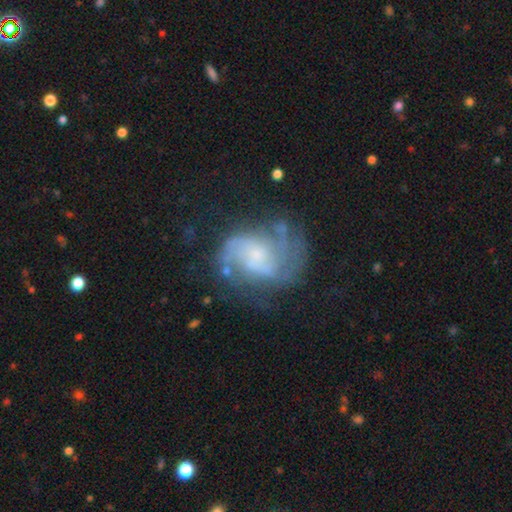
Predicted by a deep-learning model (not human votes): Overall: featured or disk (80%). Edge-on disk: no (98%). Bar: no (62%; weak 32%). Spiral arms: yes (91%). Spiral arm count: 2 (55%; can't tell 20%). Spiral winding: medium (46%; loose 29%). Bulge size: small (55%; moderate 25%). Merging: none (56%; minor disturbance 20%).